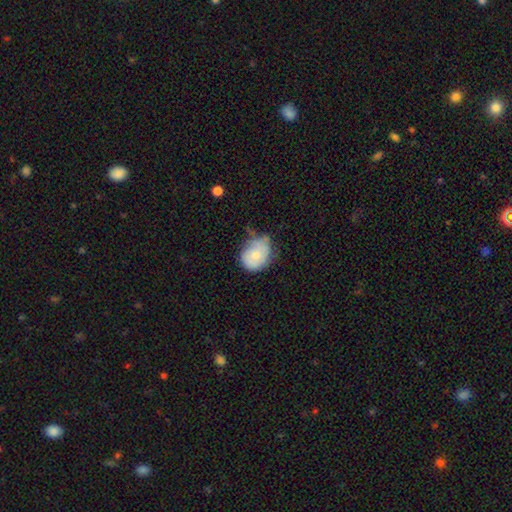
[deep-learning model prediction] Q: Smooth or featured?
A: smooth (62%); runner-up: featured or disk (31%)
Q: How rounded?
A: round (54%); runner-up: in between (45%)
Q: Merging?
A: minor disturbance (41%); runner-up: none (39%)